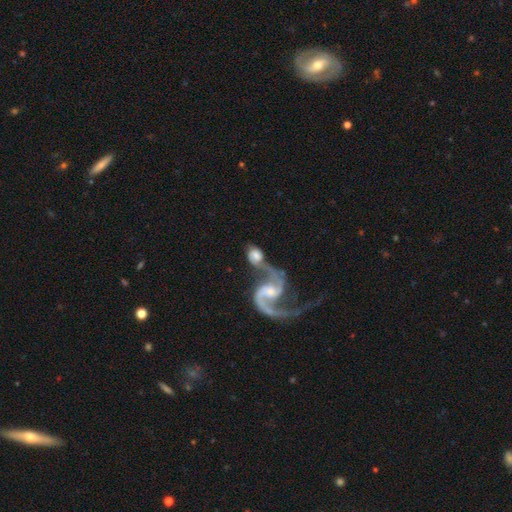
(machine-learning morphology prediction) This is likely a featured or disk galaxy (64%). It is clearly not viewed edge-on (96%). Bar: possibly no (46%). Spiral arm pattern: clearly yes (88%). Spiral arm count: clearly 2 (86%). Spiral winding: likely loose (66%). Central bulge: marginally small (35%). Merging: likely merger (61%).